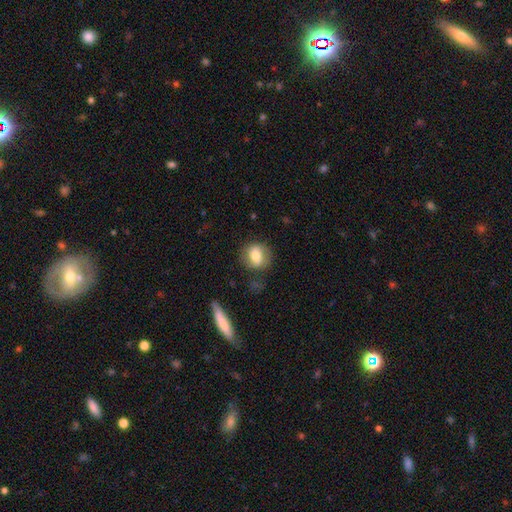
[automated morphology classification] This is likely a smooth galaxy (64%). How rounded: likely round (72%). Merging: likely none (74%).